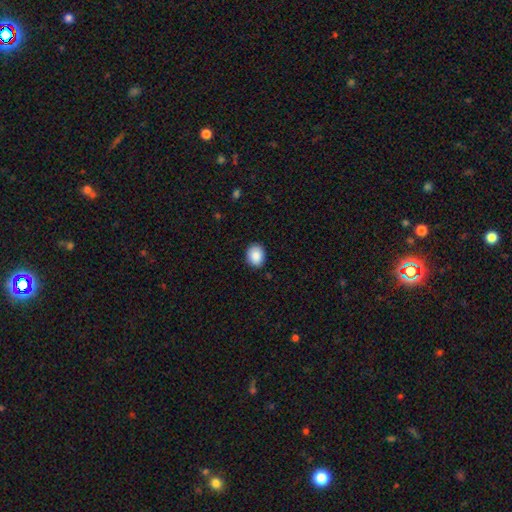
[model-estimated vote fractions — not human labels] The model was most divided on "how rounded": in between: 52%, round: 48%, cigar-shaped: 1%. More confident: smooth or featured — smooth (89%); merging — none (89%).